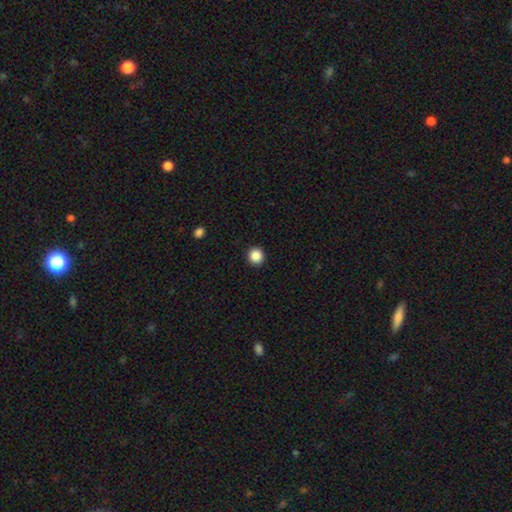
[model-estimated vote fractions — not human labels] A smooth galaxy with no disk features (87%) that is round (94%). Merging: none (93%).